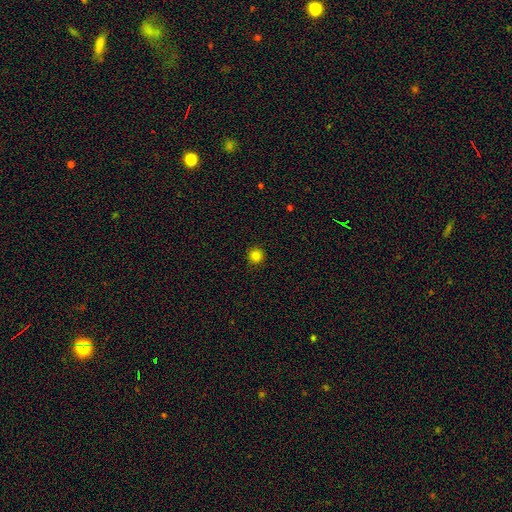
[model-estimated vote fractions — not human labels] Smooth or featured: smooth — 83% (star or artifact — 13%)
How rounded: round — 96% (in between — 3%)
Merging: none — 93% (minor disturbance — 5%)